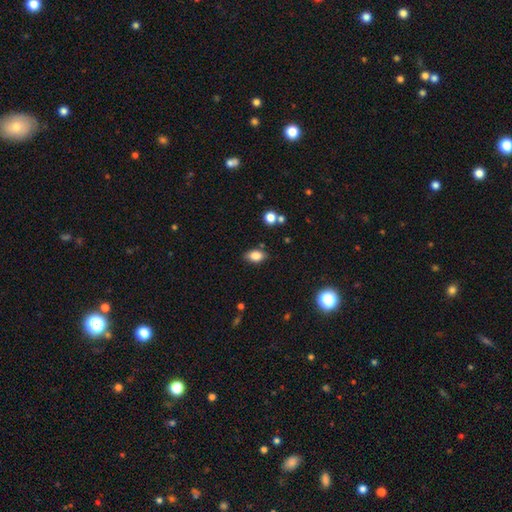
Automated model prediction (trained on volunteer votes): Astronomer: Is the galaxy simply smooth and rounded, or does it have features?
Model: smooth — 84%.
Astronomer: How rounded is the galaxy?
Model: in between — 87%.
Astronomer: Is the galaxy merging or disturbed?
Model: none — 81%.